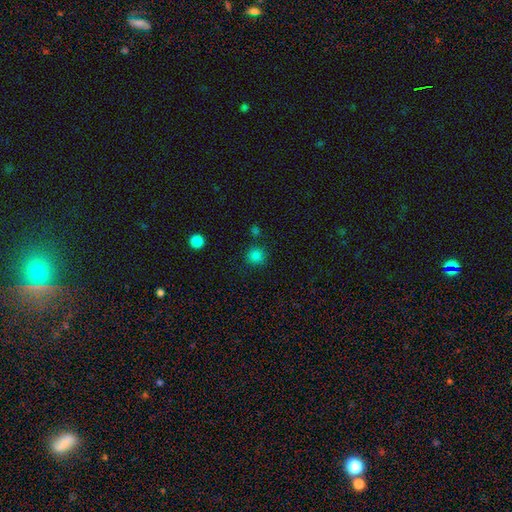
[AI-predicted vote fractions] Smooth or featured?
  - smooth: 83% *
  - star or artifact: 13%
  - featured or disk: 4%
How rounded?
  - round: 93% *
  - in between: 6%
  - cigar-shaped: 1%
Merging?
  - none: 85% *
  - minor disturbance: 8%
  - merger: 5%
  - major disturbance: 3%